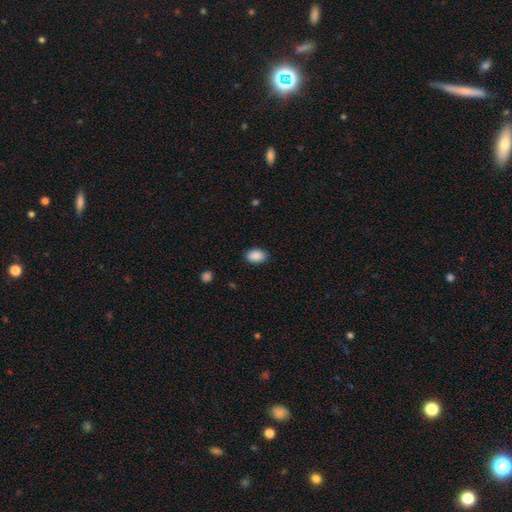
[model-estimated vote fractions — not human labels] Smooth or featured? smooth (89%)
How rounded? in between (85%)
Merging? none (87%)